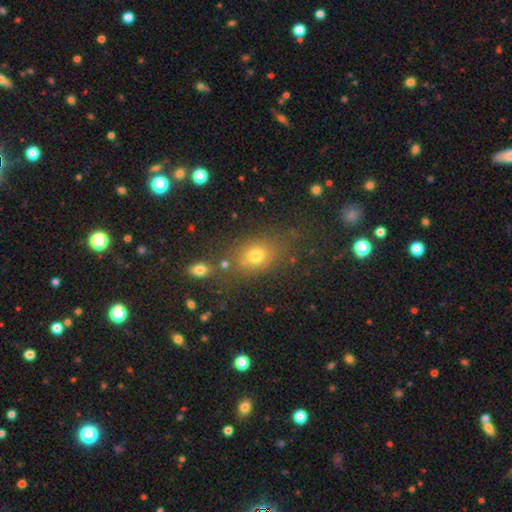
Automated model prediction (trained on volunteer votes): This is likely a smooth galaxy (70%). How rounded: possibly in between (56%). Merging: likely none (68%).